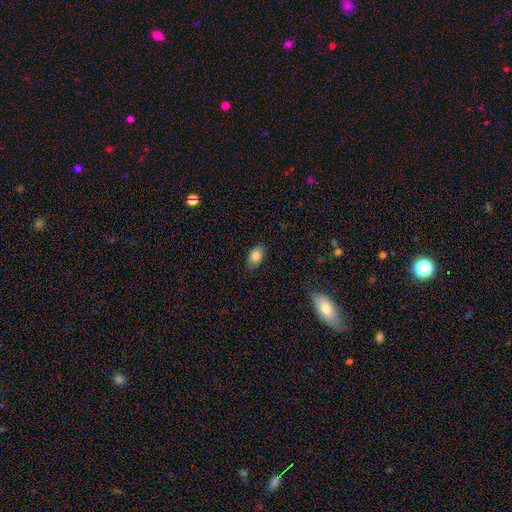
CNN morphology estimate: Smooth or featured: smooth — 82% (featured or disk — 10%)
How rounded: in between — 90% (round — 7%)
Merging: none — 81% (minor disturbance — 15%)